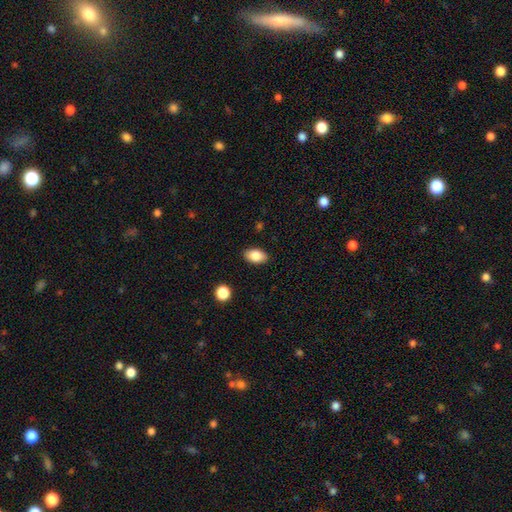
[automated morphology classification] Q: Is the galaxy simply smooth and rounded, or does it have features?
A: smooth — 85%.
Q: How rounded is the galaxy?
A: in between — 91%.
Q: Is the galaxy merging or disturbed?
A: none — 88%.